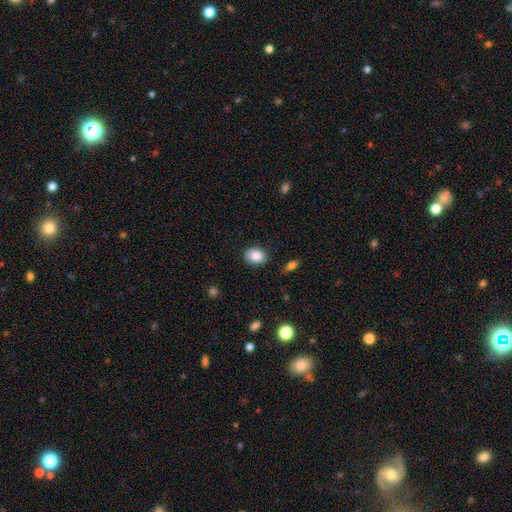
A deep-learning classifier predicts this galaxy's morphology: Smooth or featured: smooth — 85% (star or artifact — 8%)
How rounded: in between — 65% (round — 34%)
Merging: none — 87% (minor disturbance — 9%)